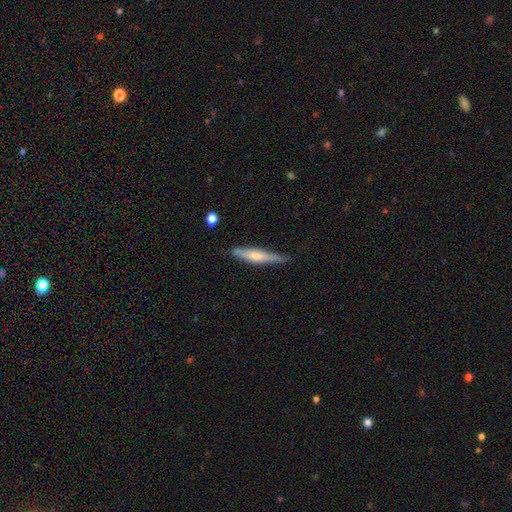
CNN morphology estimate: Overall: smooth (49%; featured or disk 45%). Merging: none (75%).